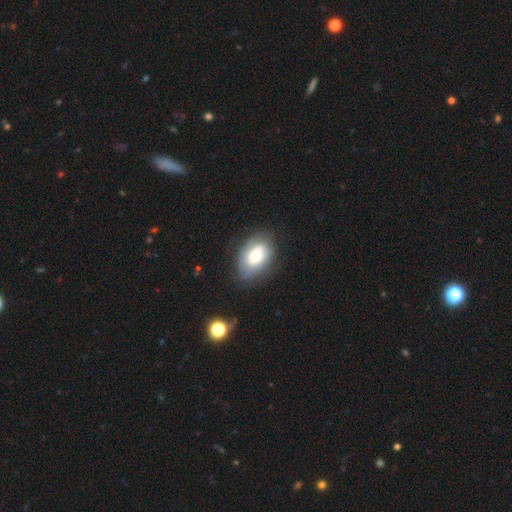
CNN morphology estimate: This appears to be a smooth galaxy with no disk features (58%) that is in between round and cigar-shaped (90%). Merging: none (66%).